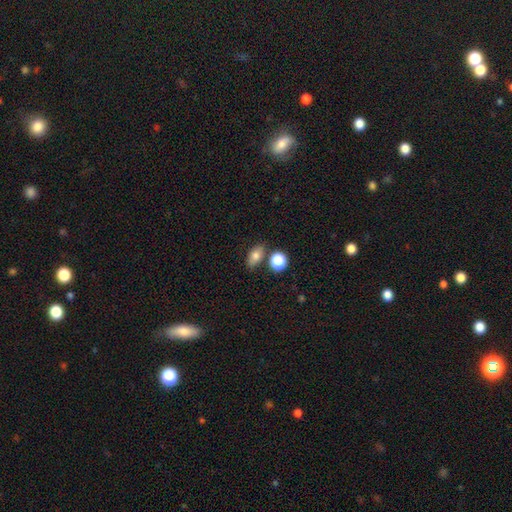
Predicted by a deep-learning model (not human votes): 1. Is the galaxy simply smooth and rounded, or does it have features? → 77% smooth, 13% featured or disk, 11% star or artifact.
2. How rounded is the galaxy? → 79% in between, 16% round, 5% cigar-shaped.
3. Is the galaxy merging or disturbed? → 72% none, 13% minor disturbance, 11% merger, 3% major disturbance.